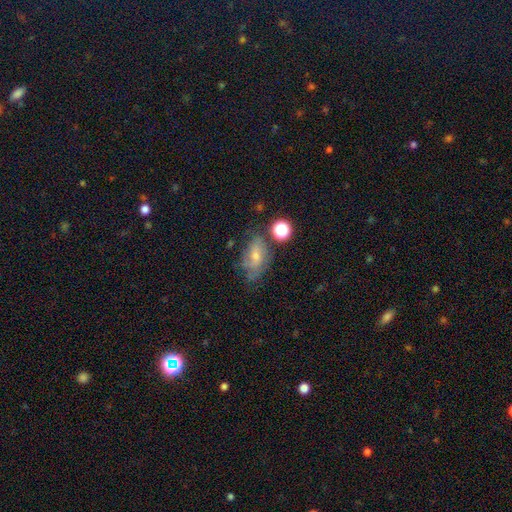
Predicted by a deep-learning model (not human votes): smooth-or-featured: featured or disk: 48% | smooth: 33% | star or artifact: 19%
  merging: none: 58% | minor disturbance: 23% | major disturbance: 12% | merger: 6%